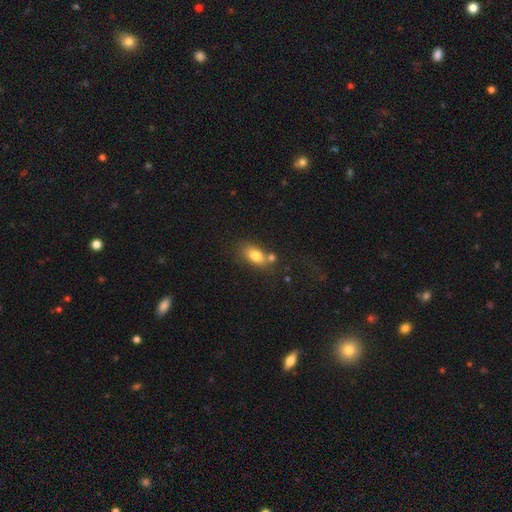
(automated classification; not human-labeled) Smooth or featured?
  - smooth: 79% *
  - featured or disk: 12%
  - star or artifact: 9%
How rounded?
  - in between: 82% *
  - round: 14%
  - cigar-shaped: 4%
Merging?
  - none: 52% *
  - merger: 26%
  - minor disturbance: 16%
  - major disturbance: 6%